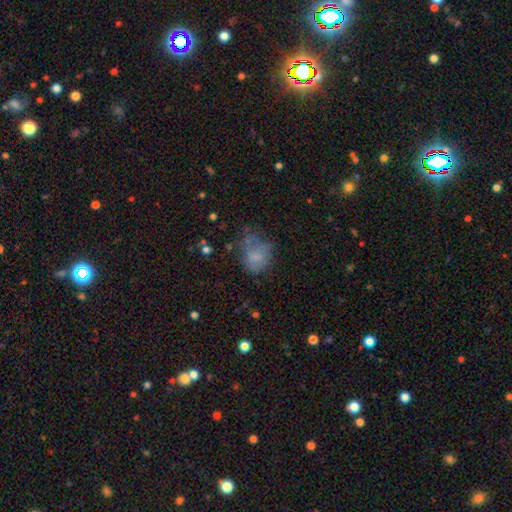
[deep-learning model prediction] Smooth or featured? smooth (64%)
How rounded? in between (57%)
Merging? none (39%)